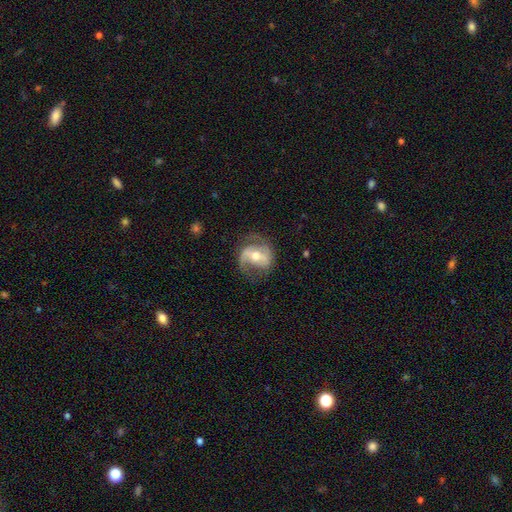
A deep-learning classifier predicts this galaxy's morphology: Smooth or featured? featured or disk (79%)
Edge-on disk? no (96%)
Bar? strong (44%)
Spiral arms? yes (87%)
Spiral winding? medium (47%)
Spiral arm count? 2 (82%)
Bulge size? moderate (65%)
Merging? none (66%)